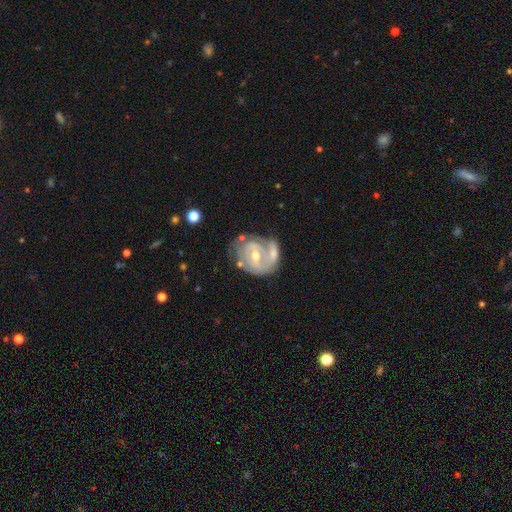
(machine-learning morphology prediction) A featured or disk galaxy (78%) with a weak bar (45%), 2 (53%) tight (49%) spiral arms (78%) and a moderate central bulge (54%).

Vote fractions:
- Smooth or featured? featured or disk: 78% / smooth: 15% / star or artifact: 6%
- Edge-on disk? no: 97% / yes: 3%
- Bar? weak: 45% / no: 37% / strong: 18%
- Spiral arms? yes: 78% / no: 22%
- Spiral winding? tight: 49% / medium: 36% / loose: 15%
- Spiral arm count? 2: 53% / can't tell: 26% / 1: 13% / 3: 6% / 4: 2% / more than 4: 2%
- Bulge size? moderate: 54% / small: 42% / large: 2% / none: 1% / dominant: 1%
- Merging? merger: 36% / none: 35% / minor disturbance: 17% / major disturbance: 12%